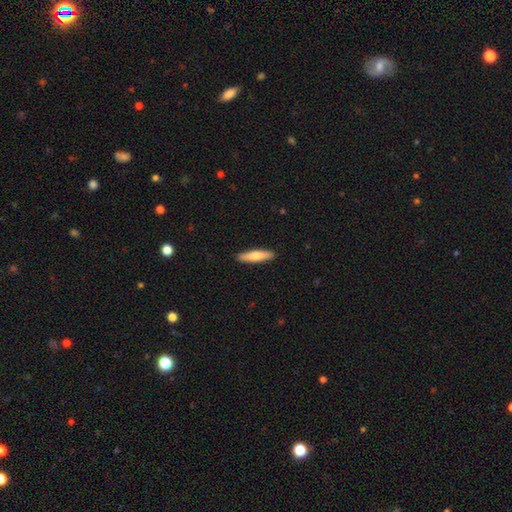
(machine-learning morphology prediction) This is likely a smooth galaxy (70%). How rounded: clearly cigar-shaped (80%). Merging: clearly none (91%).